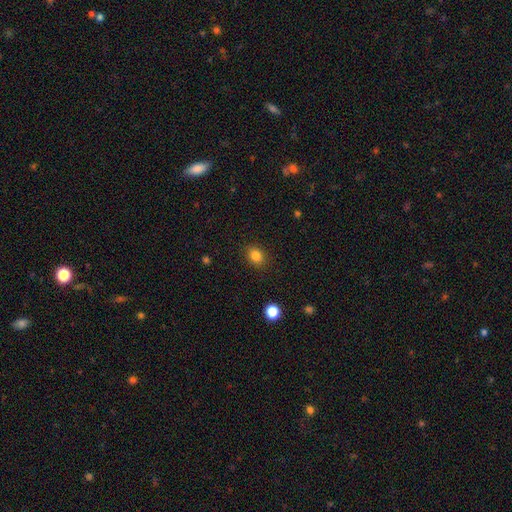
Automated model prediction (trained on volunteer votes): Morphology: type=smooth (83%); roundness=round (56%); merging=none (88%).